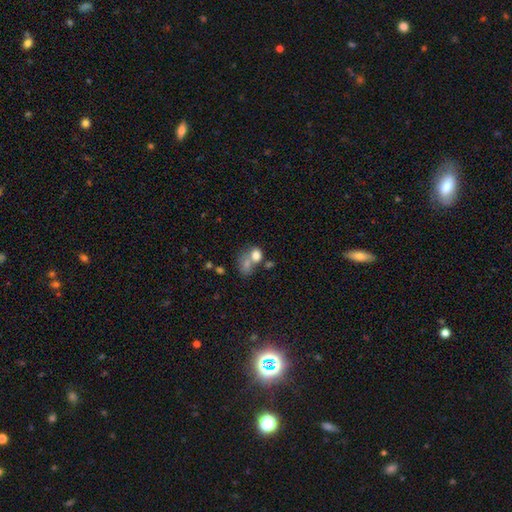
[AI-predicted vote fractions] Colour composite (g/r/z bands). It shows a smooth galaxy with no disk features (75%) that is in between round and cigar-shaped (56%). Merging: merger (56%).